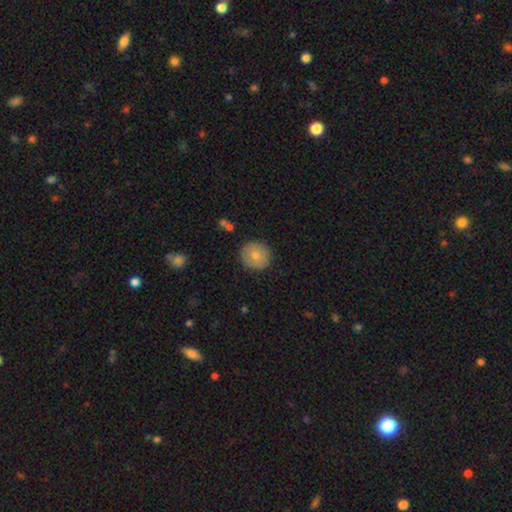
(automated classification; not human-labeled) Overall: smooth (77%). How rounded: round (93%). Merging: none (88%).